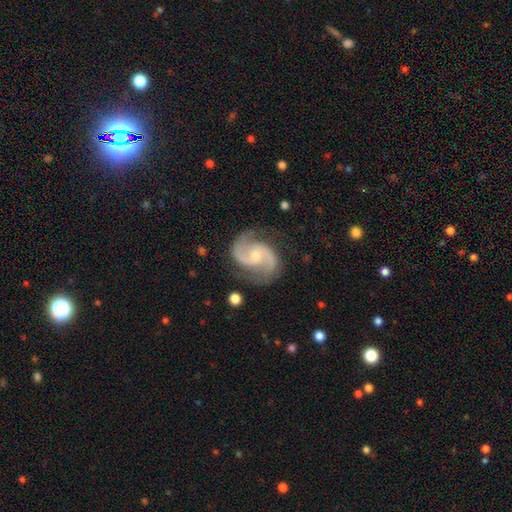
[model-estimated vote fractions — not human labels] The model was most divided on "bulge size": small: 53%, moderate: 42%, none: 2%, large: 2%, dominant: 1%. More confident: spiral arms — yes (98%); edge-on disk — no (98%); spiral arm count — 2 (94%); smooth or featured — featured or disk (92%); merging — none (80%); spiral winding — medium (61%); bar — no (55%).